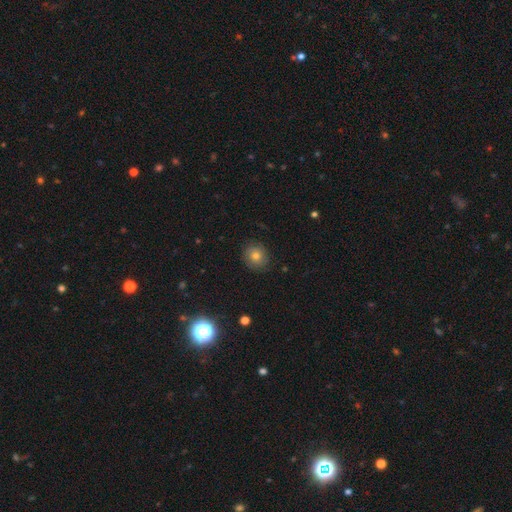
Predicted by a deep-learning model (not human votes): Smooth or featured? Predicted: smooth (p=0.56). How rounded? Predicted: round (p=0.78). Merging? Predicted: none (p=0.83).